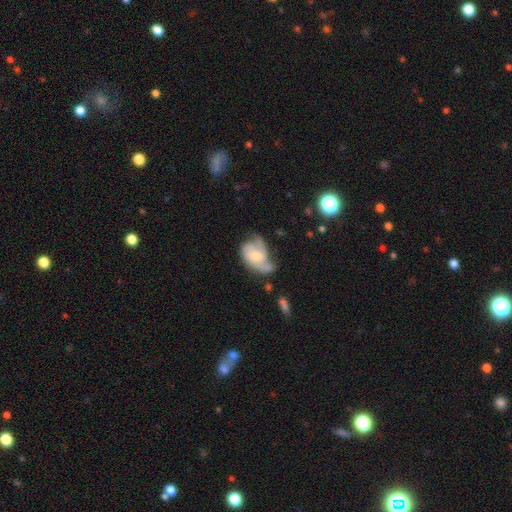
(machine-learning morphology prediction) Smooth or featured?
  - featured or disk: 67% *
  - smooth: 26%
  - star or artifact: 6%
Edge-on disk?
  - no: 97% *
  - yes: 3%
Bar?
  - no: 58% *
  - weak: 35%
  - strong: 7%
Spiral arms?
  - yes: 86% *
  - no: 14%
Spiral winding?
  - medium: 44% *
  - loose: 31%
  - tight: 24%
Spiral arm count?
  - 2: 50% *
  - can't tell: 17%
  - 3: 17%
  - 1: 11%
  - 4: 3%
  - more than 4: 2%
Bulge size?
  - small: 48% *
  - moderate: 39%
  - none: 7%
  - large: 4%
  - dominant: 1%
Merging?
  - none: 35% *
  - minor disturbance: 30%
  - major disturbance: 28%
  - merger: 6%